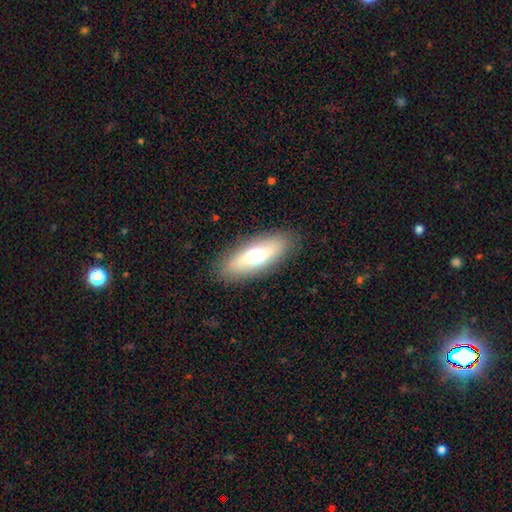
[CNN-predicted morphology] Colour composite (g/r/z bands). It shows a smooth galaxy with no disk features (63%) that is in between round and cigar-shaped (74%). Merging: none (86%).